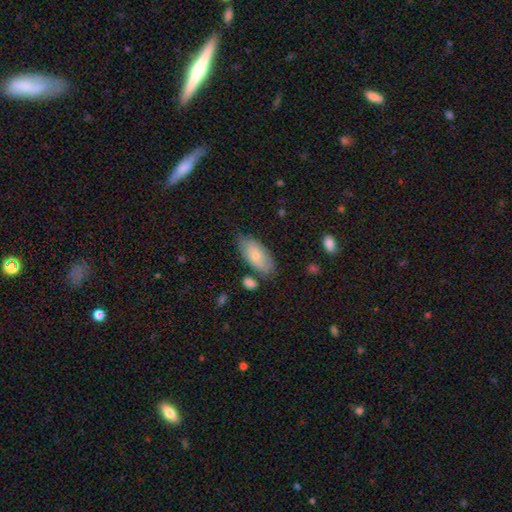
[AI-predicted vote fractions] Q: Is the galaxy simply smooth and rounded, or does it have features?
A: smooth — 73%.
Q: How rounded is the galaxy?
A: in between — 92%.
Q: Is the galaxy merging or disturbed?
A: none — 69%.